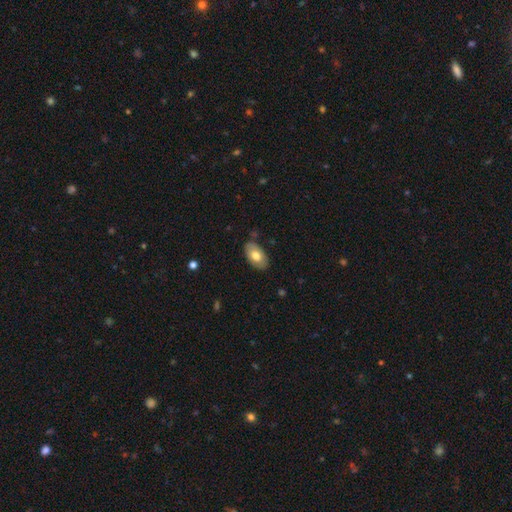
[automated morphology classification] Smooth or featured: smooth — 67% (featured or disk — 27%)
How rounded: in between — 94% (round — 5%)
Merging: none — 81% (minor disturbance — 15%)